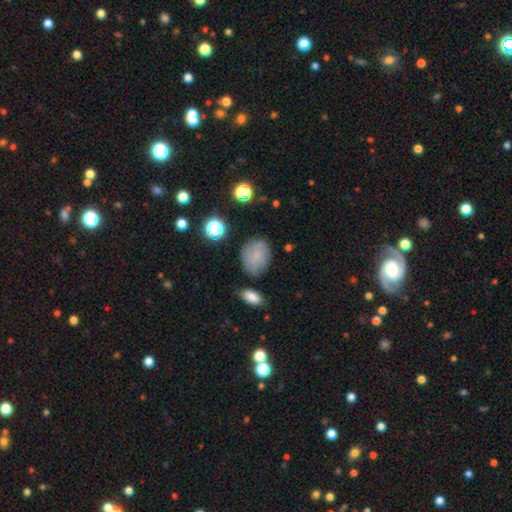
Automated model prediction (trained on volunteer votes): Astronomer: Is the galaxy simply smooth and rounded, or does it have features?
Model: smooth — 71%.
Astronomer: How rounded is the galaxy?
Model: in between — 53% (runner-up: round, 46%).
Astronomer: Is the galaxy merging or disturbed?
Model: none — 73%.